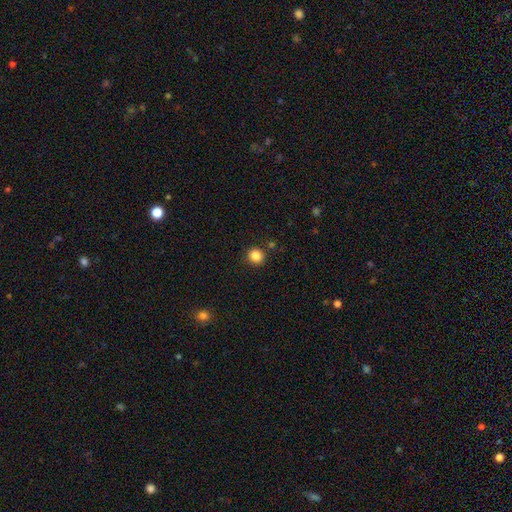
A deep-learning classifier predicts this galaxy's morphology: This is clearly a smooth galaxy (85%). How rounded: clearly round (91%). Merging: clearly none (90%).